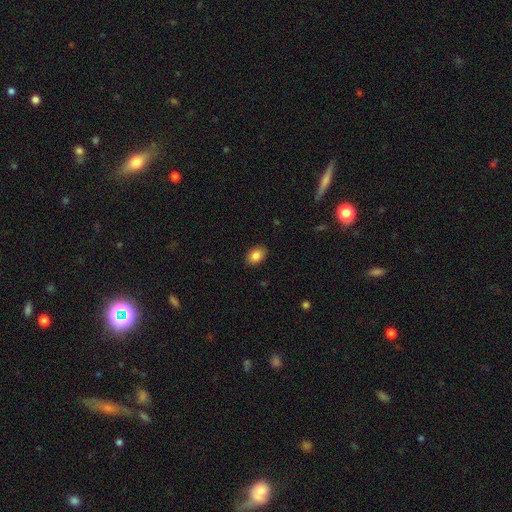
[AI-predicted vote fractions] smooth_or_featured: smooth (p=0.87) [alt: star or artifact p=0.08]
how_rounded: in between (p=0.82) [alt: round p=0.17]
merging: none (p=0.89) [alt: minor disturbance p=0.09]